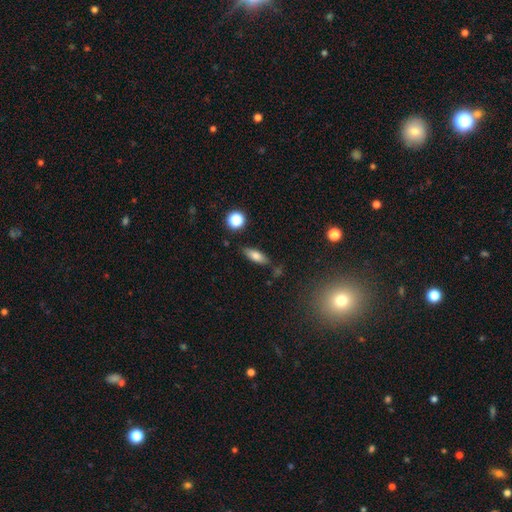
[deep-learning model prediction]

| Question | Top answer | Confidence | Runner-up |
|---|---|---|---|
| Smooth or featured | smooth | 74% | featured or disk (17%) |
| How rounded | in between | 68% | cigar-shaped (28%) |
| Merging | none | 79% | minor disturbance (13%) |